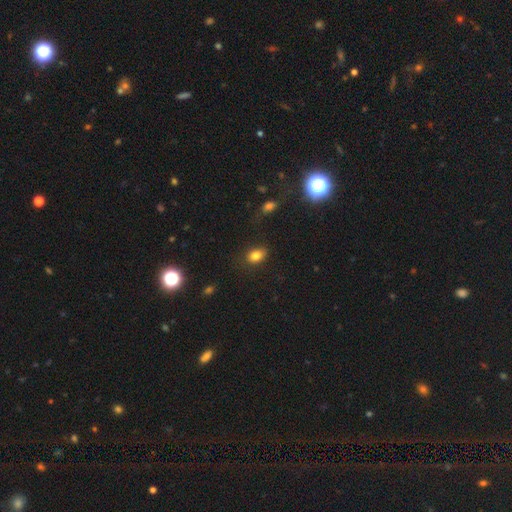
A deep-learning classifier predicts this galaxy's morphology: The model was most divided on "how rounded": in between: 76%, round: 22%, cigar-shaped: 2%. More confident: smooth or featured — smooth (82%); merging — none (80%).